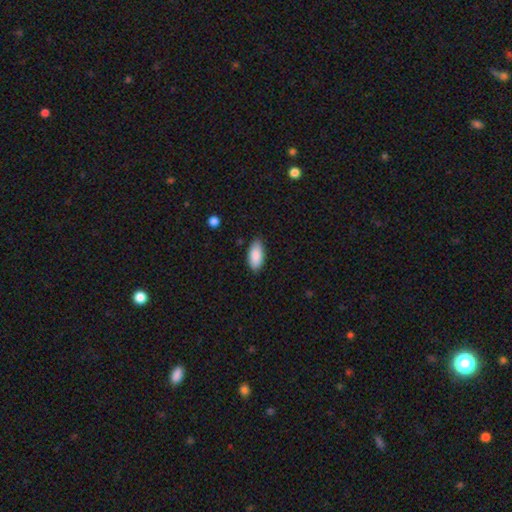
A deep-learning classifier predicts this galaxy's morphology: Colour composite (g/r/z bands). It shows a smooth galaxy with no disk features (89%) that is in between round and cigar-shaped (90%). Merging: none (84%).